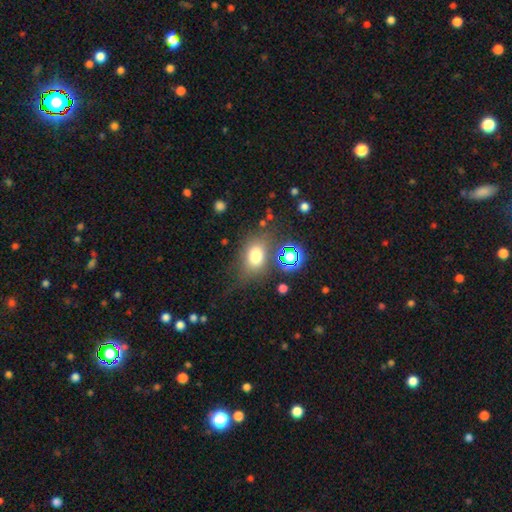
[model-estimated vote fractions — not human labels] smooth_or_featured: smooth (p=0.72) [alt: star or artifact p=0.16]
how_rounded: in between (p=0.68) [alt: round p=0.30]
merging: none (p=0.66) [alt: minor disturbance p=0.18]